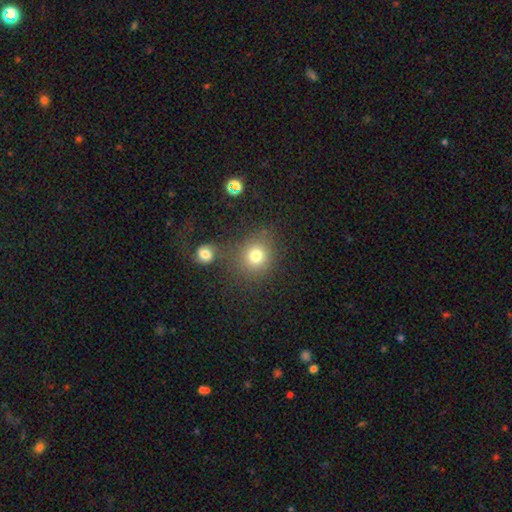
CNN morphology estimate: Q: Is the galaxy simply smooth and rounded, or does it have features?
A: smooth — 77%.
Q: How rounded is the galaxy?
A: round — 83%.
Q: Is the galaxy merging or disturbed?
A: none — 70%.